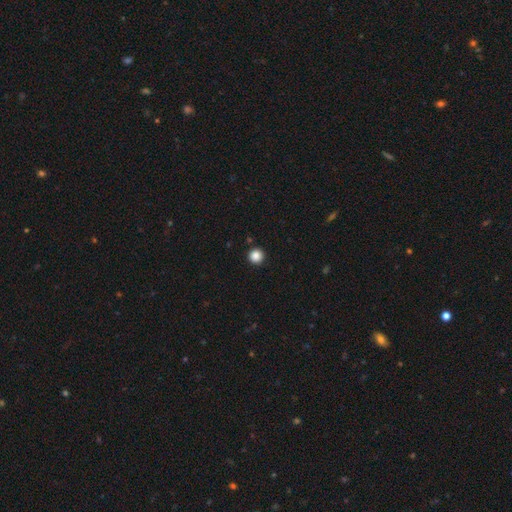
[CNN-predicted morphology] Smooth or featured: smooth — 87% (star or artifact — 11%)
How rounded: round — 96% (in between — 3%)
Merging: none — 93% (minor disturbance — 4%)